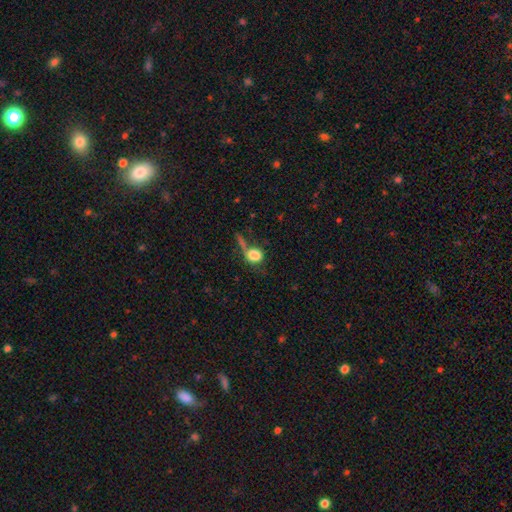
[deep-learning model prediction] Smooth or featured: smooth — 77% (featured or disk — 13%)
How rounded: round — 57% (in between — 39%)
Merging: none — 36% (major disturbance — 24%)